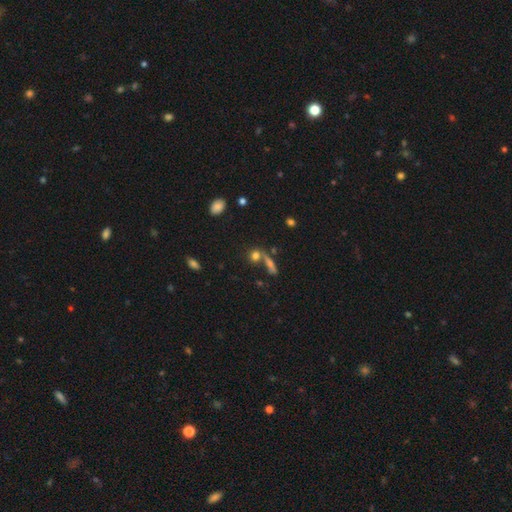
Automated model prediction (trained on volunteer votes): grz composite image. It shows a smooth galaxy with no disk features (69%) that is round (69%). Merging: none (57%).